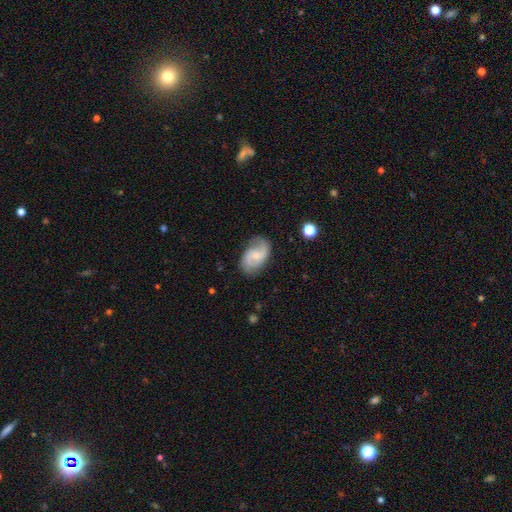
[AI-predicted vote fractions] Q: Smooth or featured?
A: featured or disk (70%); runner-up: smooth (24%)
Q: Edge-on disk?
A: no (97%); runner-up: yes (3%)
Q: Bar?
A: no (48%); runner-up: weak (44%)
Q: Spiral arms?
A: yes (94%); runner-up: no (6%)
Q: Spiral winding?
A: loose (43%); runner-up: medium (42%)
Q: Spiral arm count?
A: 2 (86%); runner-up: can't tell (7%)
Q: Bulge size?
A: small (57%); runner-up: moderate (23%)
Q: Merging?
A: none (75%); runner-up: minor disturbance (18%)